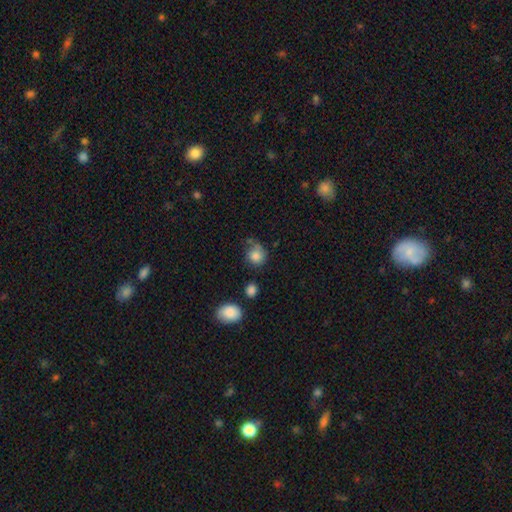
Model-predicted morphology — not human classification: smooth 79%, featured or disk 12%, star or artifact 9%. Down the decision tree: how rounded — round (78%); merging — none (48%).